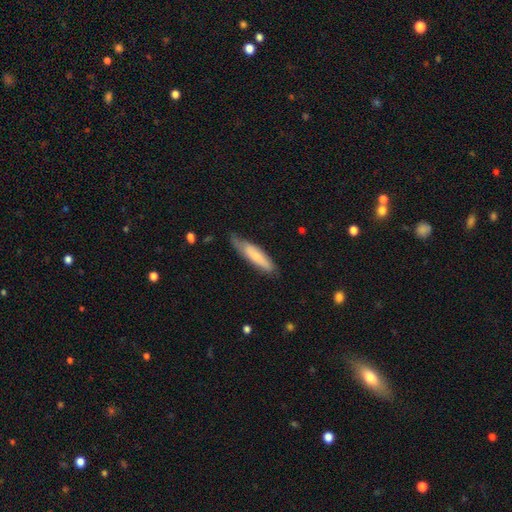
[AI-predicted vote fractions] Morphology: type=smooth (70%); roundness=cigar-shaped (73%); merging=none (60%).